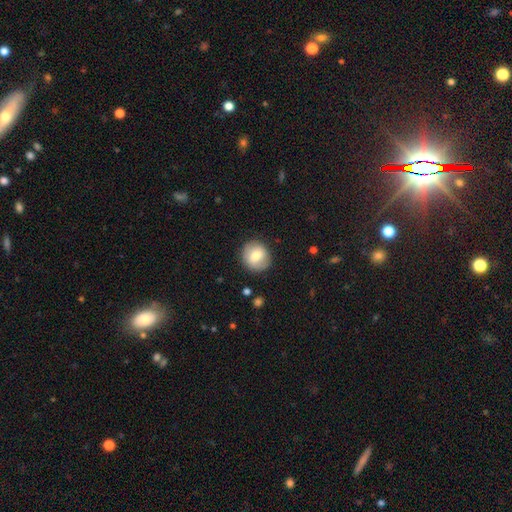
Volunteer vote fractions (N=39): Smooth or featured? 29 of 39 (74%) said smooth. How rounded? 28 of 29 (97%) said round. Merging? 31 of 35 (89%) said none.